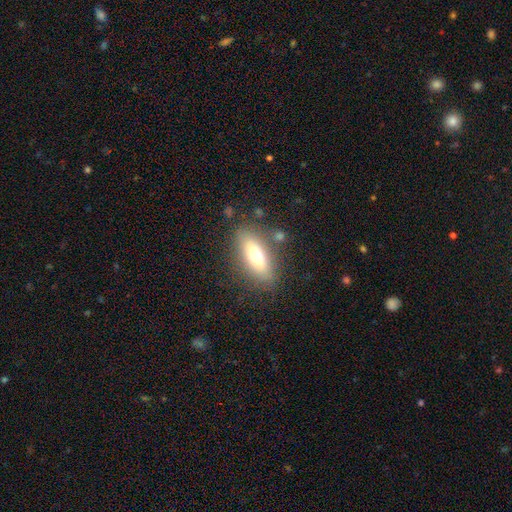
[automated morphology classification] smooth 64%, featured or disk 27%, star or artifact 8%. Down the decision tree: how rounded — in between (67%); merging — none (80%).